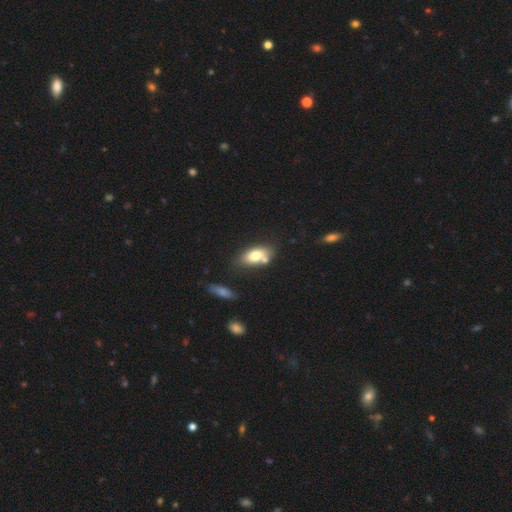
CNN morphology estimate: type=smooth (73%); roundness=in between (87%); merging=none (54%).